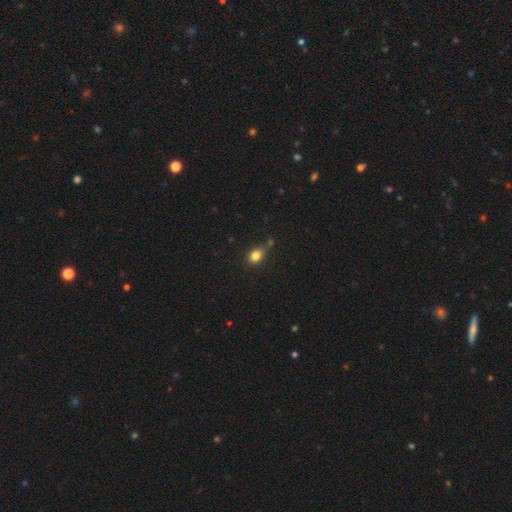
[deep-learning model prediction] Smooth or featured? Predicted: smooth (p=0.83). How rounded? Predicted: in between (p=0.57). Merging? Predicted: none (p=0.67).